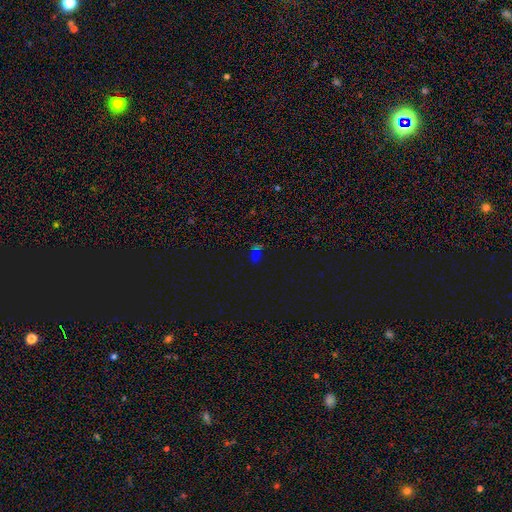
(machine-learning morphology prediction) A star or artifact, not a galaxy (49%).

Vote fractions:
- Smooth or featured? star or artifact: 49% / smooth: 41% / featured or disk: 9%